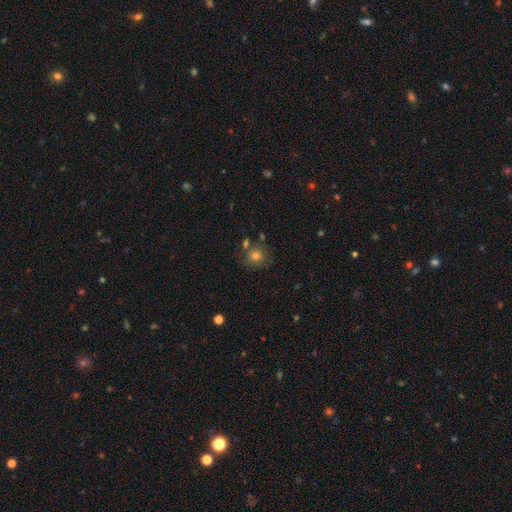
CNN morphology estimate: Q: Smooth or featured?
A: smooth (76%); runner-up: star or artifact (12%)
Q: How rounded?
A: round (89%); runner-up: in between (10%)
Q: Merging?
A: none (72%); runner-up: minor disturbance (12%)